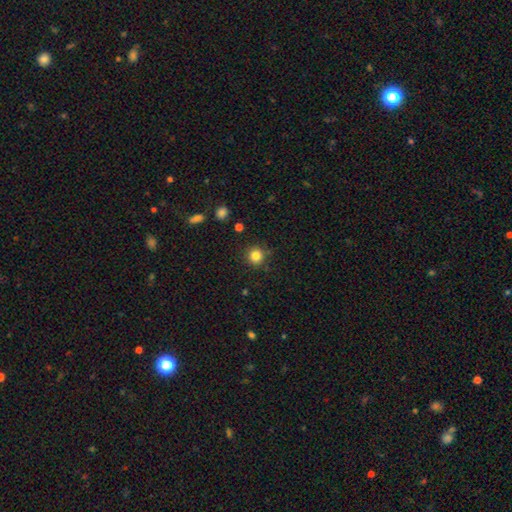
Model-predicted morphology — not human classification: This appears to be a smooth galaxy with no disk features (83%) that is round (93%). Merging: none (87%).